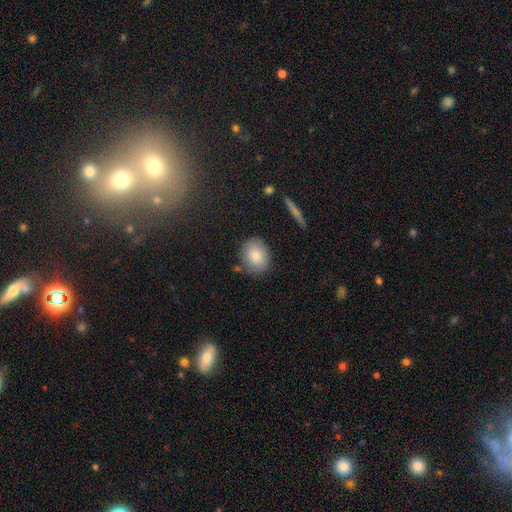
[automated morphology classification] A smooth galaxy with no disk features (83%) that is round (56%). Merging: none (80%).